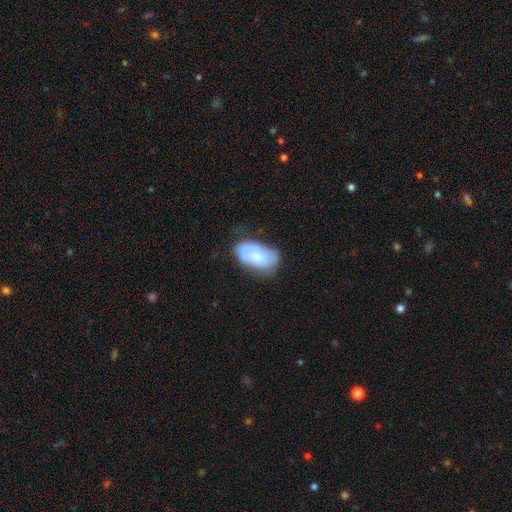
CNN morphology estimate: smooth-or-featured: smooth: 58% | featured or disk: 35% | star or artifact: 7%
  how-rounded: in between: 94% | round: 4% | cigar-shaped: 2%
  merging: none: 50% | minor disturbance: 32% | major disturbance: 13% | merger: 5%